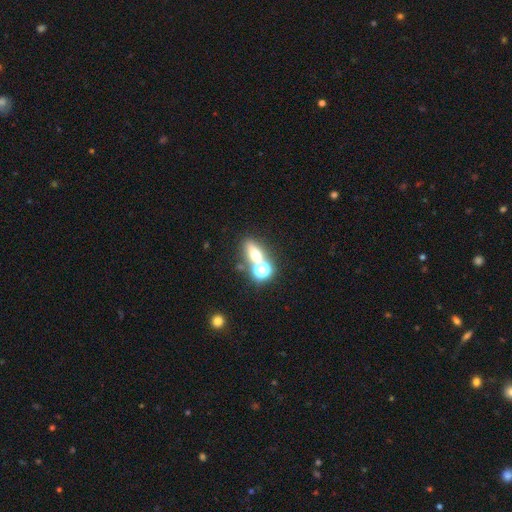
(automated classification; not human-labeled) Smooth or featured? smooth (56%)
How rounded? in between (53%)
Merging? none (53%)